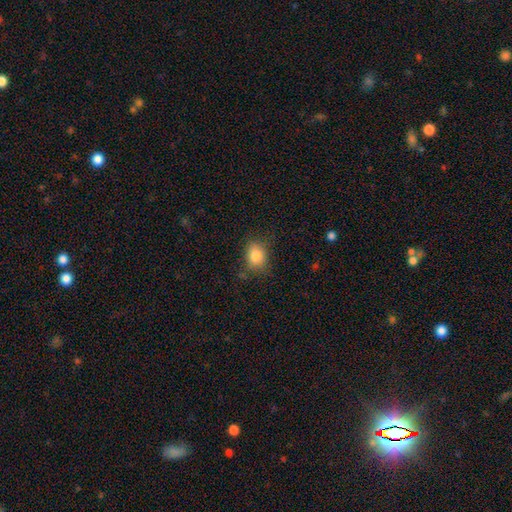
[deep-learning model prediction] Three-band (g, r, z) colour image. It shows a smooth galaxy with no disk features (84%) that is in between round and cigar-shaped (57%). Merging: none (74%).